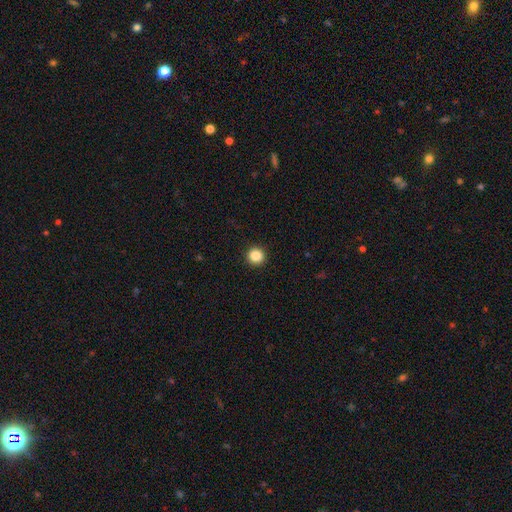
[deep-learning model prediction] Smooth or featured?
  - smooth: 86% *
  - star or artifact: 10%
  - featured or disk: 3%
How rounded?
  - round: 95% *
  - in between: 4%
  - cigar-shaped: 1%
Merging?
  - none: 93% *
  - minor disturbance: 4%
  - major disturbance: 2%
  - merger: 1%